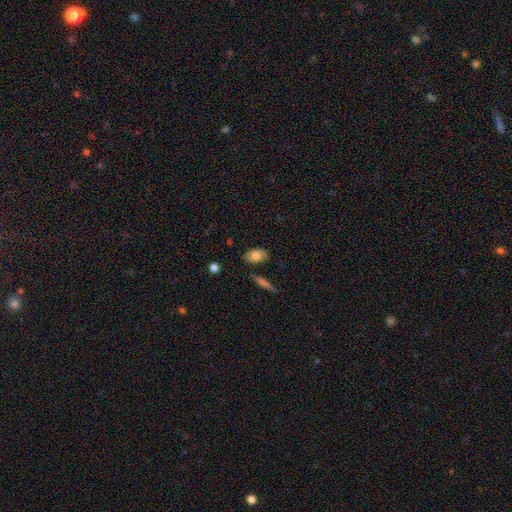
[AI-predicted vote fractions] Smooth or featured? Predicted: smooth (p=0.79). How rounded? Predicted: in between (p=0.88). Merging? Predicted: none (p=0.82).